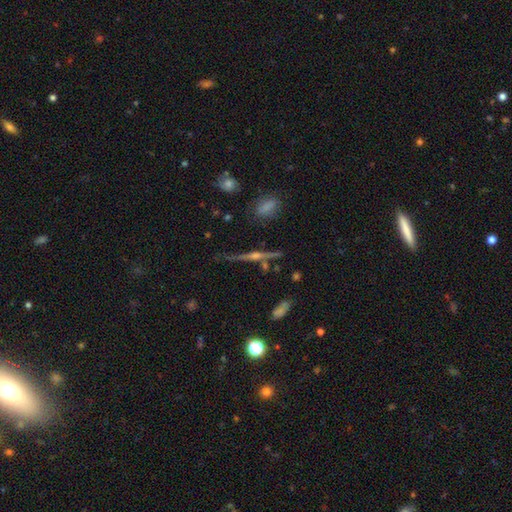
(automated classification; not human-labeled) A featured or disk galaxy (80%) viewed edge-on (97%) with a rounded central bulge (88%).

Vote fractions:
- Smooth or featured? featured or disk: 80% / smooth: 11% / star or artifact: 9%
- Edge-on disk? yes: 97% / no: 3%
- Edge-on bulge? rounded: 88% / boxy: 6% / none: 5%
- Merging? none: 82% / minor disturbance: 11% / merger: 4% / major disturbance: 3%